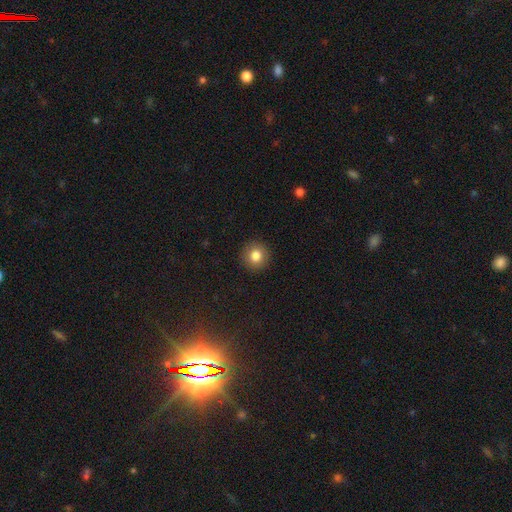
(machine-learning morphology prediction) Smooth or featured: smooth — 83% (star or artifact — 10%)
How rounded: round — 93% (in between — 6%)
Merging: none — 92% (minor disturbance — 6%)